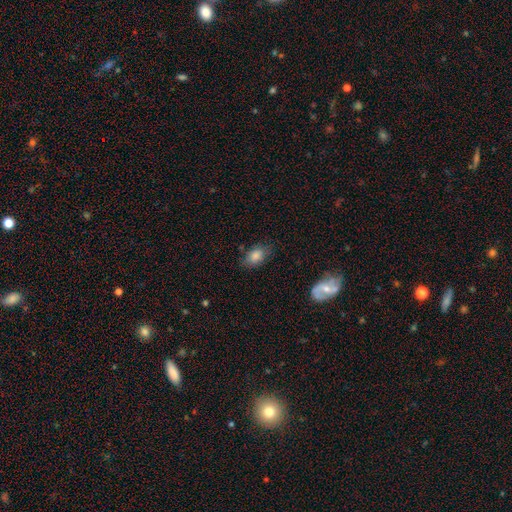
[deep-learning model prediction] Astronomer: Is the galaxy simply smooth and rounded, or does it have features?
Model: smooth — 82%.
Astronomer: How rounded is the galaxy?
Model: in between — 88%.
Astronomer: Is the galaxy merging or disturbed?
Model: none — 74%.